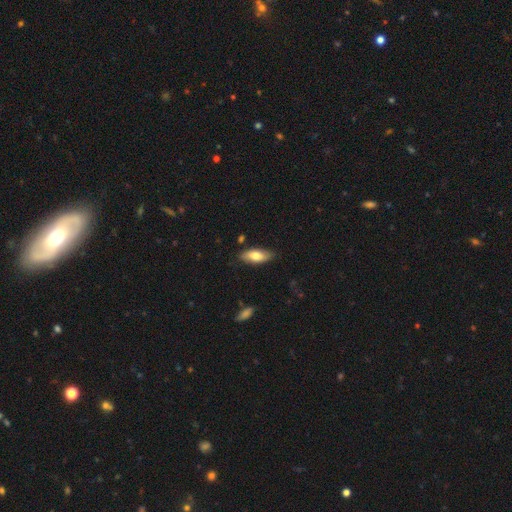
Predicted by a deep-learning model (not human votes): Smooth or featured? smooth (75%)
How rounded? in between (79%)
Merging? none (81%)